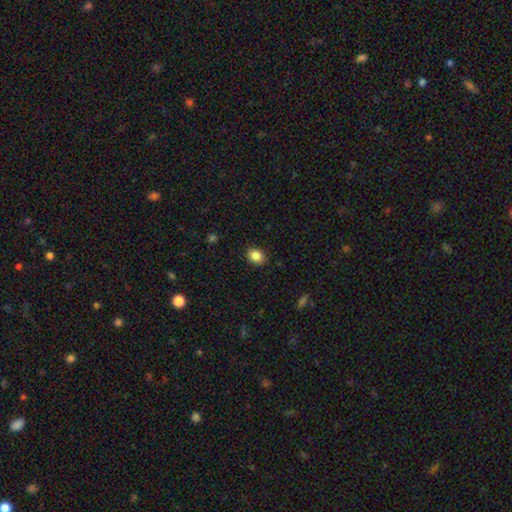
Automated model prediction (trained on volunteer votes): Smooth or featured?
  - smooth: 87% *
  - star or artifact: 9%
  - featured or disk: 4%
How rounded?
  - in between: 54% *
  - round: 45%
  - cigar-shaped: 1%
Merging?
  - none: 86% *
  - minor disturbance: 10%
  - major disturbance: 2%
  - merger: 1%